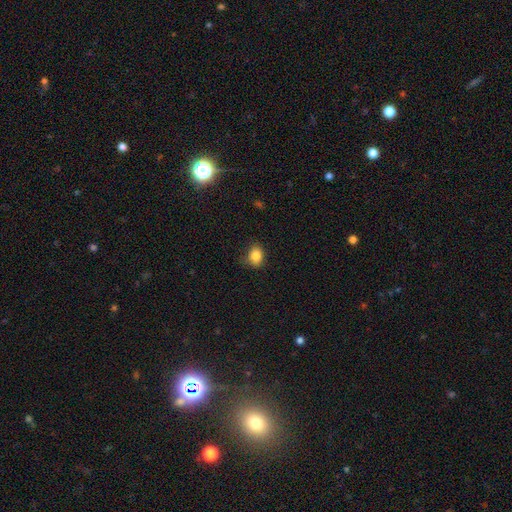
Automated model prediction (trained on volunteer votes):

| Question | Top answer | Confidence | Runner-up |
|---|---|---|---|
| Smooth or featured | smooth | 83% | star or artifact (11%) |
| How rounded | in between | 54% | round (45%) |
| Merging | none | 70% | minor disturbance (24%) |